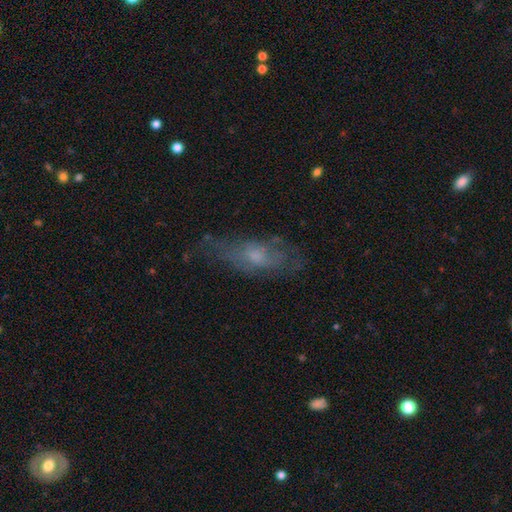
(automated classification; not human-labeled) This is possibly a featured or disk galaxy (47%). Merging: possibly none (54%).